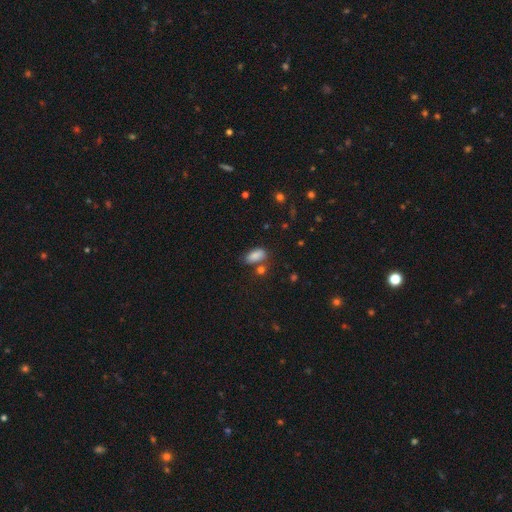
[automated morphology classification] This is clearly a smooth galaxy (85%). How rounded: clearly in between (89%). Merging: likely none (63%).